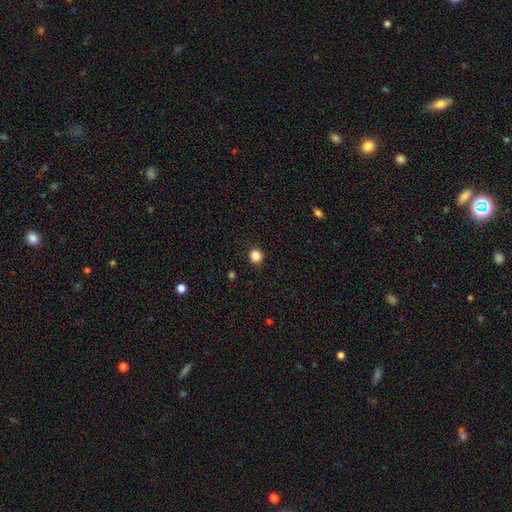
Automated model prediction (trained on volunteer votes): A smooth galaxy with no disk features (85%) that is round (91%). Merging: none (92%).